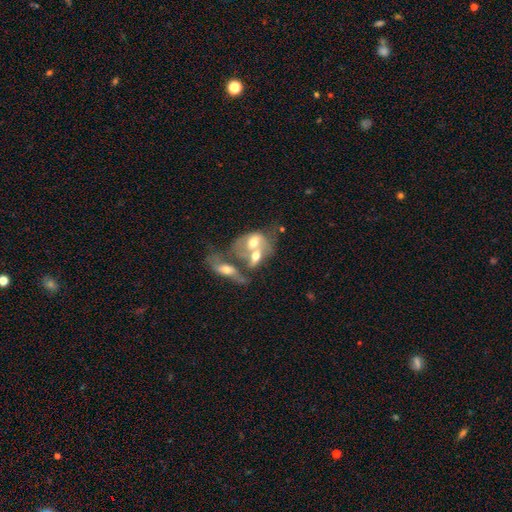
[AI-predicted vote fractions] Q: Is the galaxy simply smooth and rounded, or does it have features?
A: featured or disk — 46%.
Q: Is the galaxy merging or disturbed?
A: merger — 71%.